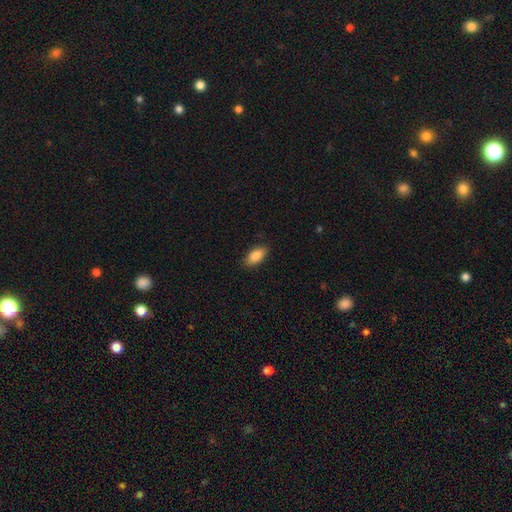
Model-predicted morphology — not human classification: smooth 88%, star or artifact 6%, featured or disk 5%. Down the decision tree: how rounded — in between (90%); merging — none (87%).